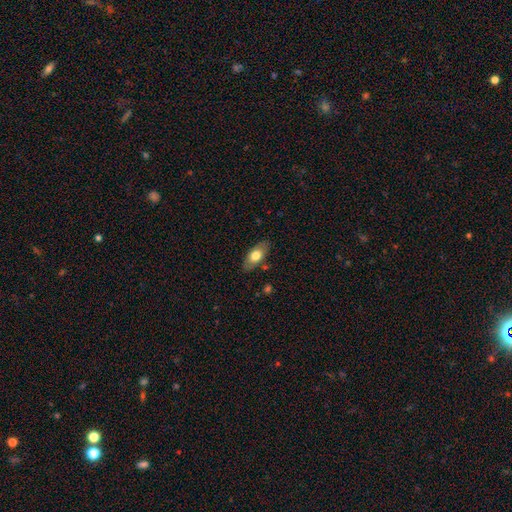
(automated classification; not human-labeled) The model was most divided on "smooth or featured": smooth: 67%, featured or disk: 27%, star or artifact: 6%. More confident: how rounded — in between (89%); merging — none (82%).